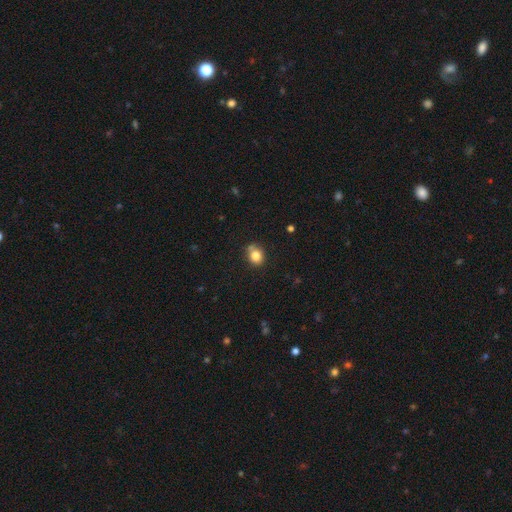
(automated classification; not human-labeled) smooth 81%, star or artifact 11%, featured or disk 8%. Down the decision tree: how rounded — round (68%); merging — none (67%).